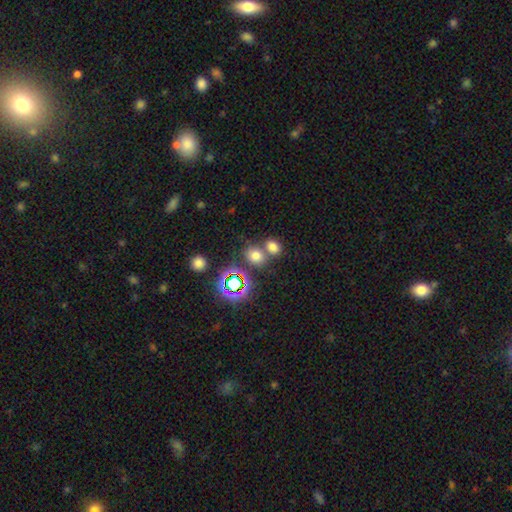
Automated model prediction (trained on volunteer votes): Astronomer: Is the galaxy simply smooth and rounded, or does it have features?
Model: smooth — 70%.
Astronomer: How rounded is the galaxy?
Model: round — 56% (runner-up: in between, 43%).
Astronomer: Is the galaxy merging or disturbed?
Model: none — 54% (runner-up: merger, 34%).